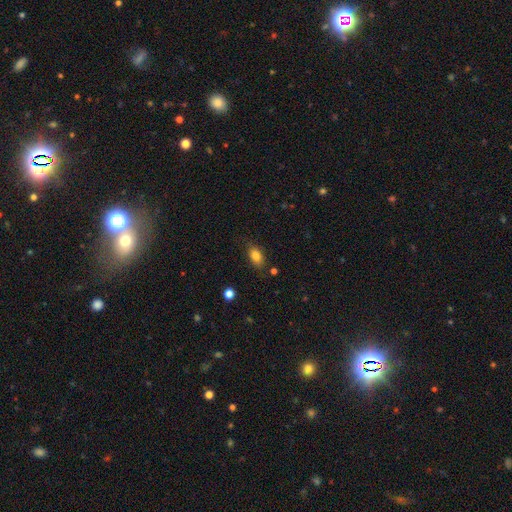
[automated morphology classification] smooth-or-featured: smooth: 83% | star or artifact: 9% | featured or disk: 8%
  how-rounded: in between: 85% | round: 11% | cigar-shaped: 4%
  merging: none: 77% | minor disturbance: 17% | major disturbance: 4% | merger: 2%